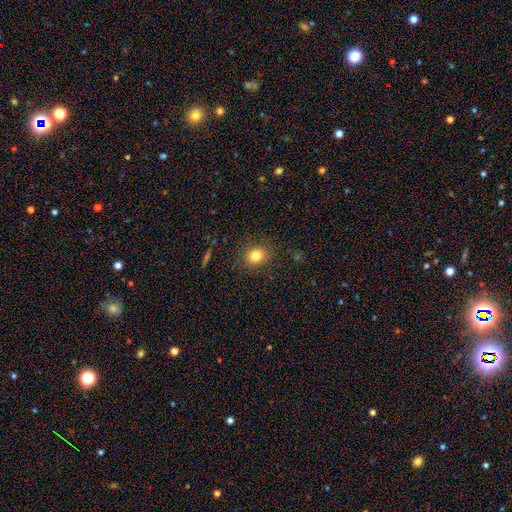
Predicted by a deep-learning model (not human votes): Smooth or featured: smooth — 81% (star or artifact — 12%)
How rounded: round — 67% (in between — 32%)
Merging: none — 87% (minor disturbance — 9%)